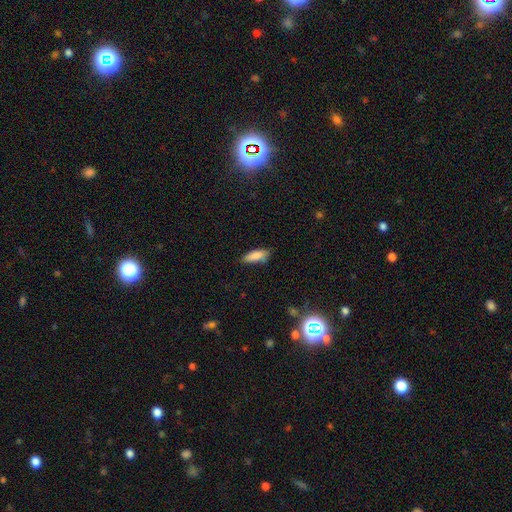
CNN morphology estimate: This is clearly a smooth galaxy (85%). How rounded: likely in between (68%). Merging: likely none (70%).